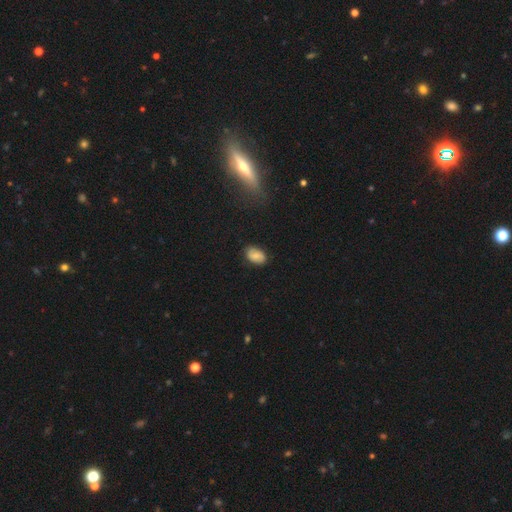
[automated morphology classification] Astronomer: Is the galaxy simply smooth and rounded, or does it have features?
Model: smooth — 71%.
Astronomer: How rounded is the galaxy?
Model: in between — 86%.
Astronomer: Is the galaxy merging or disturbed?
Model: none — 80%.